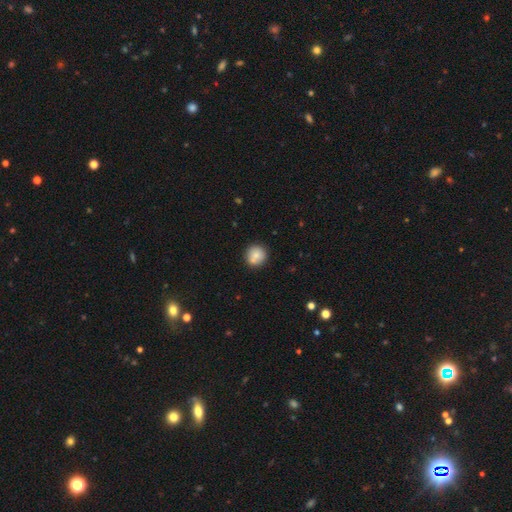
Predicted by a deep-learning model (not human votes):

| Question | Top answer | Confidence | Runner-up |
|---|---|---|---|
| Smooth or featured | smooth | 77% | featured or disk (14%) |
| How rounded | round | 91% | in between (8%) |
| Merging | none | 73% | minor disturbance (12%) |